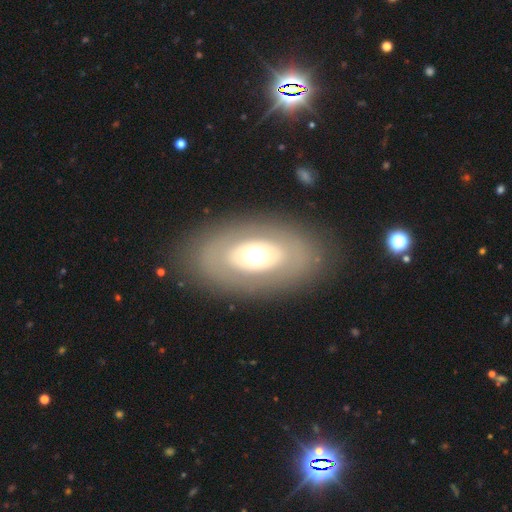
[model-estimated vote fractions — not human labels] Q: Smooth or featured?
A: featured or disk (50%); runner-up: smooth (43%)
Q: Merging?
A: none (84%); runner-up: minor disturbance (9%)